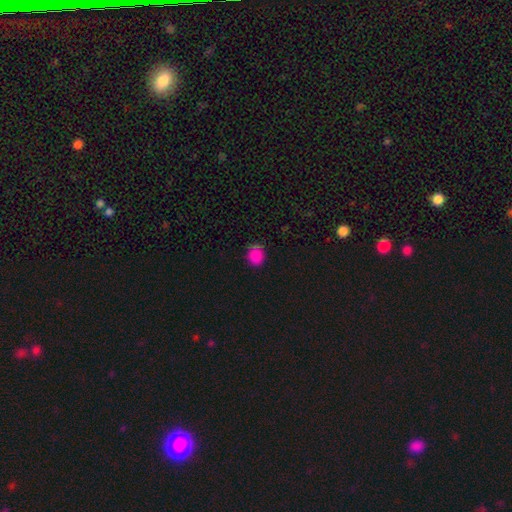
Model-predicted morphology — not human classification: Overall: smooth (82%). How rounded: round (76%). Merging: none (72%).